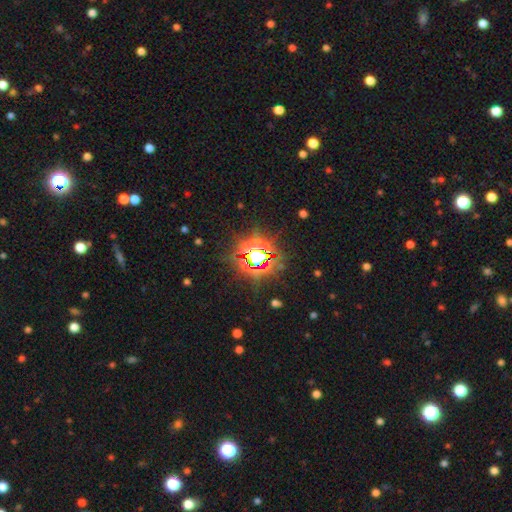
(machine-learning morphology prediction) This is likely a star or artifact rather than a galaxy (77%).